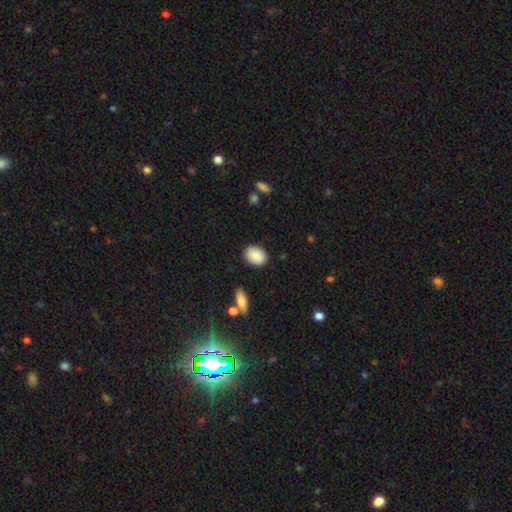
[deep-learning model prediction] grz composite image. It shows a smooth galaxy with no disk features (88%) that is in between round and cigar-shaped (77%). Merging: none (87%).